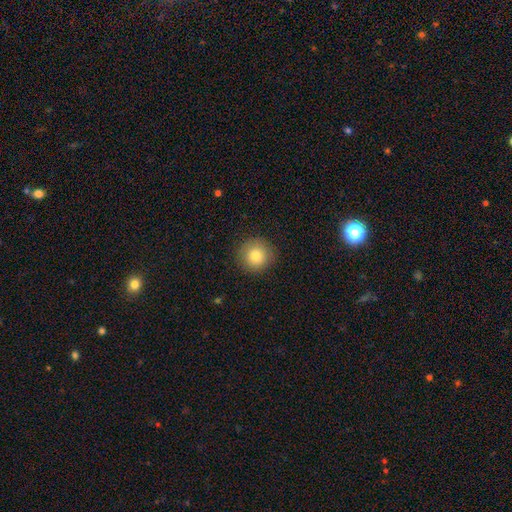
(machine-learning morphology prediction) Overall: smooth (81%). How rounded: round (94%). Merging: none (90%).